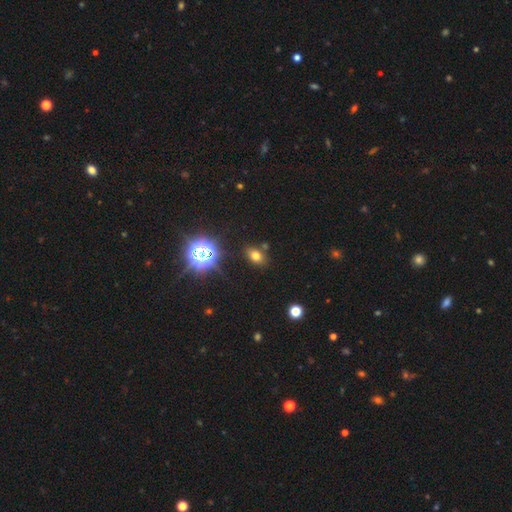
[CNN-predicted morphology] Smooth or featured? smooth (66%)
How rounded? in between (75%)
Merging? none (81%)